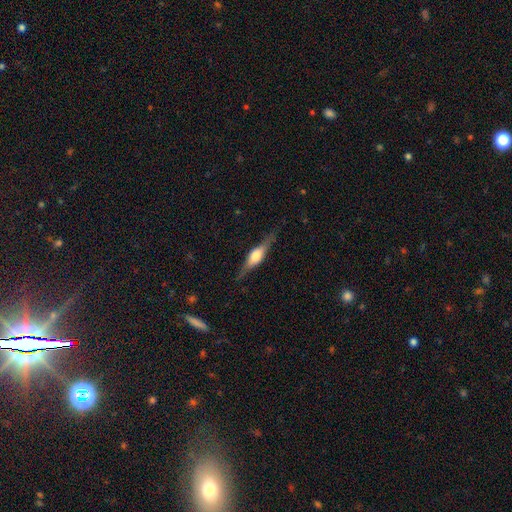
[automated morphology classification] A featured or disk galaxy (70%) viewed edge-on (96%) with a rounded central bulge (85%).

Vote fractions:
- Smooth or featured? featured or disk: 70% / smooth: 24% / star or artifact: 6%
- Edge-on disk? yes: 96% / no: 4%
- Edge-on bulge? rounded: 85% / boxy: 13% / none: 2%
- Merging? none: 84% / minor disturbance: 12% / major disturbance: 3% / merger: 1%